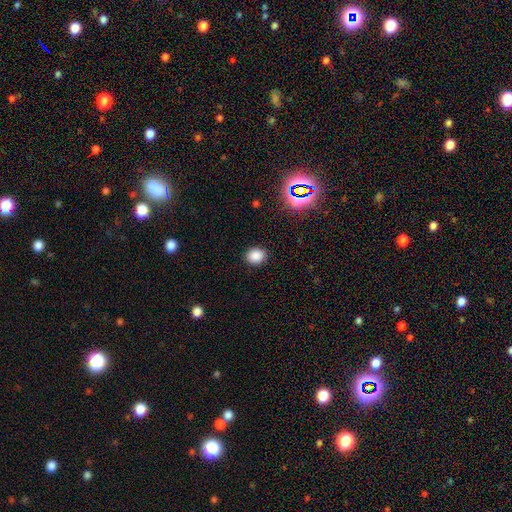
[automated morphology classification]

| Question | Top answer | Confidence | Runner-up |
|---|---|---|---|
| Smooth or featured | smooth | 83% | star or artifact (13%) |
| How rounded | round | 64% | in between (35%) |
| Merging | none | 89% | minor disturbance (7%) |